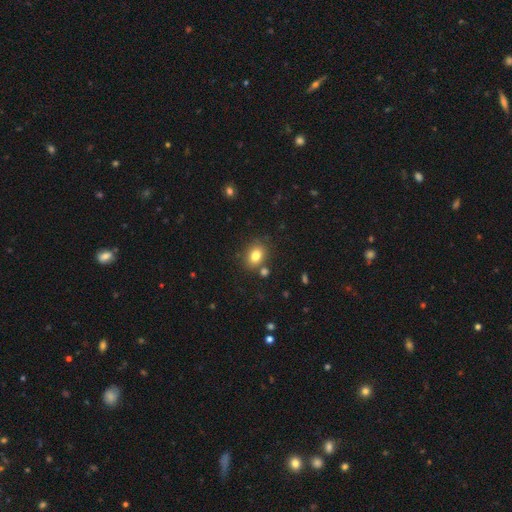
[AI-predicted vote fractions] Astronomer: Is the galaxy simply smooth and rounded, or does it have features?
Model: smooth — 80%.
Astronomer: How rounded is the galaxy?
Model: in between — 63%.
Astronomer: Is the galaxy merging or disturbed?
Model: none — 76%.